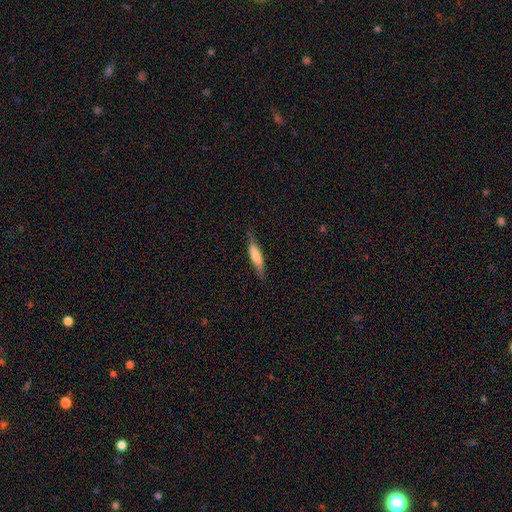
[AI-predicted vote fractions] Overall: smooth (70%). How rounded: cigar-shaped (74%). Merging: none (76%).